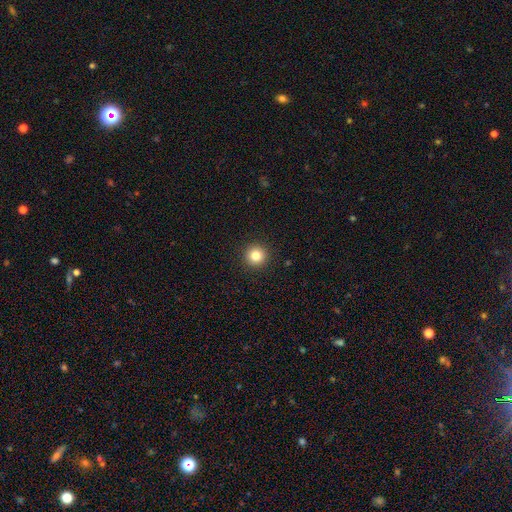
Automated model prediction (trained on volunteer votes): Smooth or featured? smooth (83%)
How rounded? round (96%)
Merging? none (93%)